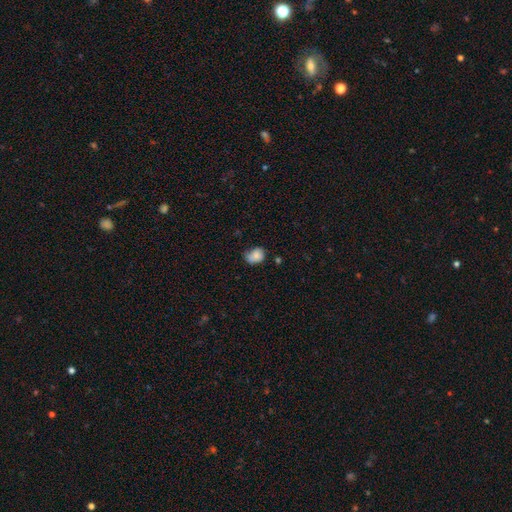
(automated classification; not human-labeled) smooth-or-featured: smooth: 77% | featured or disk: 14% | star or artifact: 9%
  how-rounded: in between: 54% | round: 45% | cigar-shaped: 1%
  merging: none: 48% | minor disturbance: 36% | major disturbance: 11% | merger: 5%